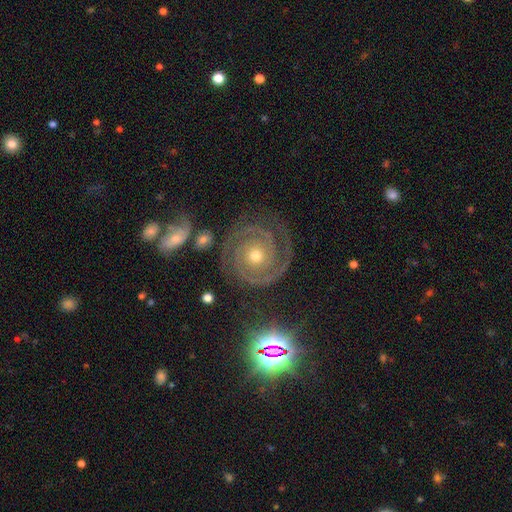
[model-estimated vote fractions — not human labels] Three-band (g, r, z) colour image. It shows a featured or disk galaxy (91%) with no bar (79%), 2 (87%) tight (80%) spiral arms (98%) and a moderate central bulge (51%). Merging: none (82%).